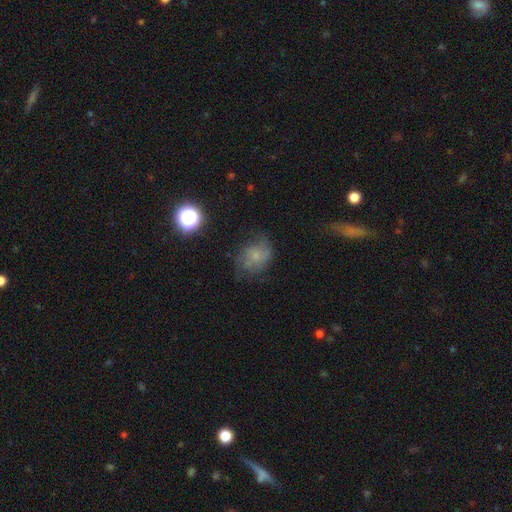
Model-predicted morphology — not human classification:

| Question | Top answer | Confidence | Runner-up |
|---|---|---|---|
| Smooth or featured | smooth | 47% | featured or disk (37%) |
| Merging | none | 56% | minor disturbance (26%) |